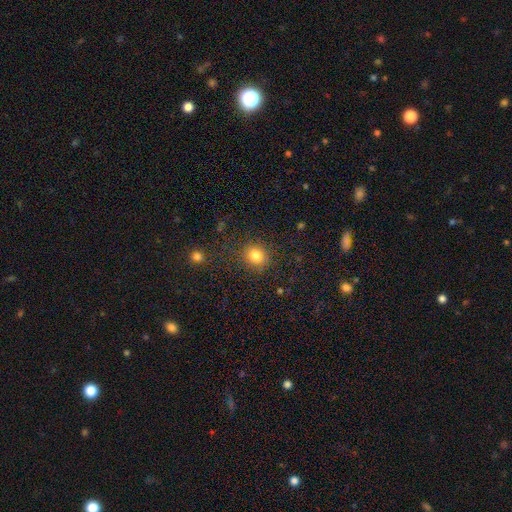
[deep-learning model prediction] The model was most divided on "how rounded": round: 82%, in between: 17%, cigar-shaped: 1%. More confident: merging — none (85%); smooth or featured — smooth (83%).